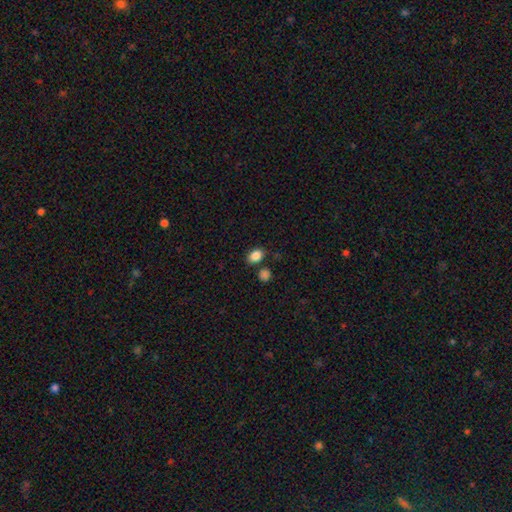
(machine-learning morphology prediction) This is clearly a smooth galaxy (86%). How rounded: likely in between (66%). Merging: likely none (76%).